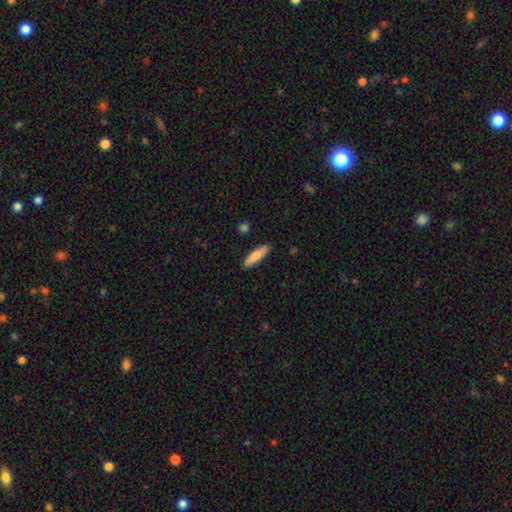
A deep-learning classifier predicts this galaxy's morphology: smooth 84%, featured or disk 10%, star or artifact 6%. Down the decision tree: how rounded — cigar-shaped (73%); merging — none (89%).